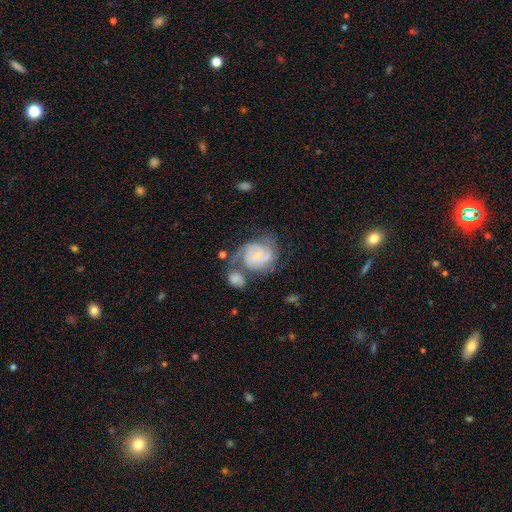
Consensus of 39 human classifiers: Smooth or featured: featured or disk — 72% (smooth — 23%)
Edge-on disk: no — 96% (yes — 4%)
Bar: weak — 44% (tied with no — 44%)
Spiral arms: yes — 81% (no — 19%)
Spiral winding: tight — 59% (loose — 27%)
Spiral arm count: 2 — 36% (tied with can't tell — 36%)
Bulge size: small — 78% (moderate — 11%)
Merging: merger — 65% (major disturbance — 19%)